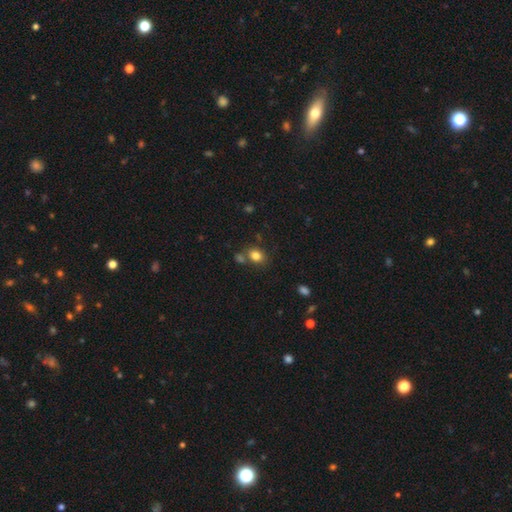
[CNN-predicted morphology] Smooth or featured? Predicted: smooth (p=0.82). How rounded? Predicted: in between (p=0.55). Merging? Predicted: none (p=0.65).